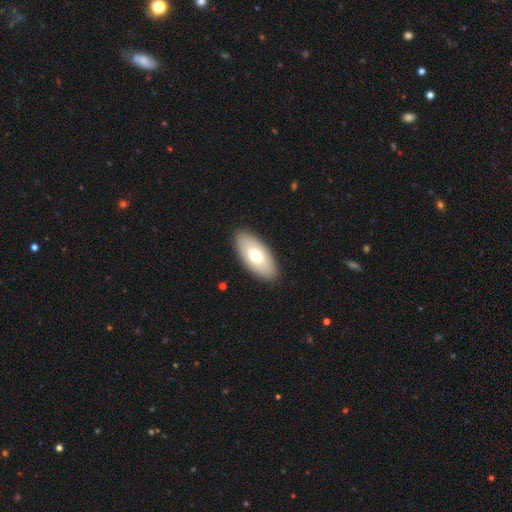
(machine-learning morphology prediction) A smooth galaxy with no disk features (68%) that is in between round and cigar-shaped (92%). Merging: none (89%).